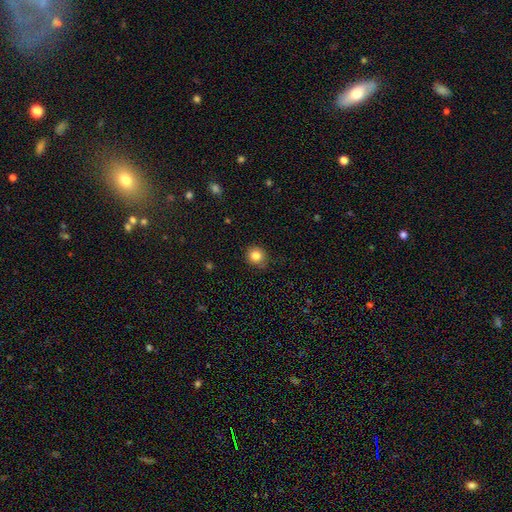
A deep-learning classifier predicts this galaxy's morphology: Q: Smooth or featured?
A: smooth (83%); runner-up: star or artifact (11%)
Q: How rounded?
A: round (89%); runner-up: in between (10%)
Q: Merging?
A: none (86%); runner-up: minor disturbance (11%)